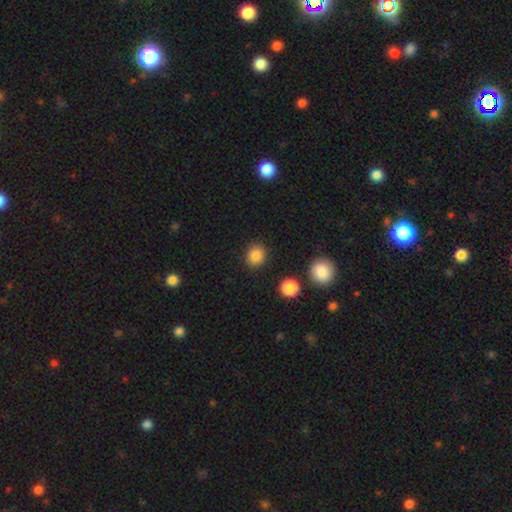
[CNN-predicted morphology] smooth-or-featured: smooth: 86% | star or artifact: 10% | featured or disk: 4%
  how-rounded: round: 78% | in between: 21% | cigar-shaped: 1%
  merging: none: 89% | minor disturbance: 7% | major disturbance: 2% | merger: 2%